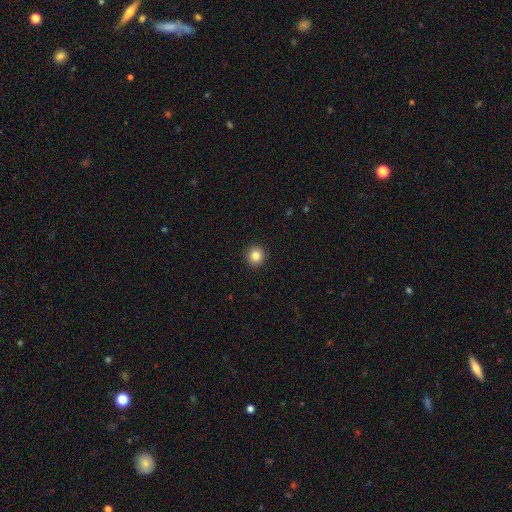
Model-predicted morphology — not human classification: This is clearly a smooth galaxy (84%). How rounded: clearly round (95%). Merging: clearly none (93%).